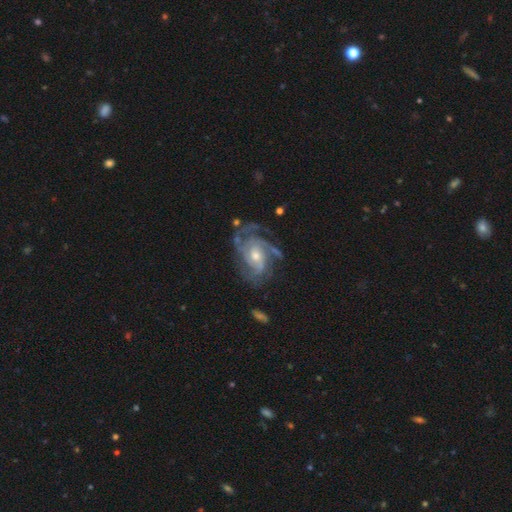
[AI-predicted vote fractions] featured or disk 90%, star or artifact 5%, smooth 5%. Down the decision tree: edge-on disk — no (98%); bar — no (61%); spiral arms — yes (97%); spiral arm count — 3 (37%); spiral winding — tight (51%); bulge size — moderate (58%); merging — none (63%).